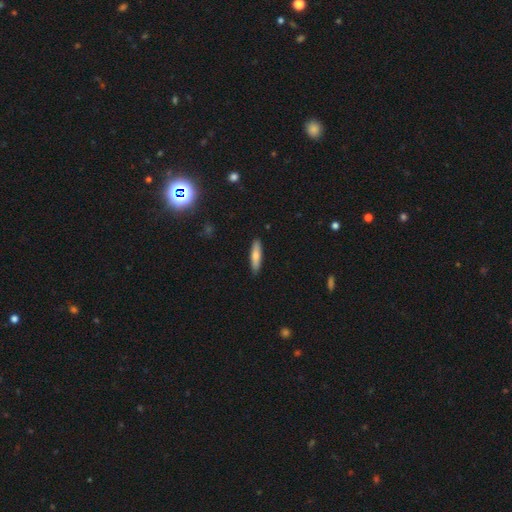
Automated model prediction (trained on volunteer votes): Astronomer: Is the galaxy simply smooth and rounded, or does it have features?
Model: smooth — 71%.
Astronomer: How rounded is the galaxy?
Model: cigar-shaped — 78%.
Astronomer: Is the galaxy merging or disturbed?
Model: none — 89%.